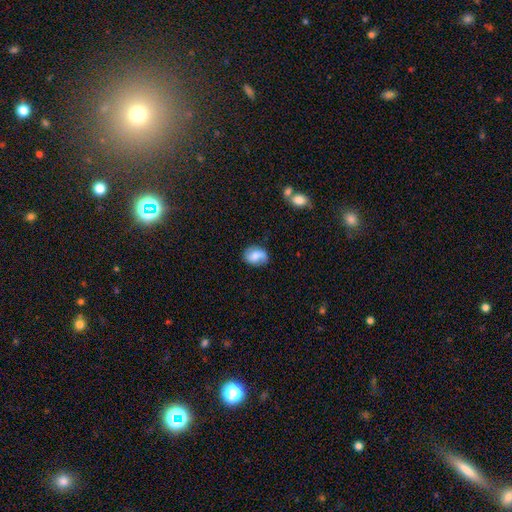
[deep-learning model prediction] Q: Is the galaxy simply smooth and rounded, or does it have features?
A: smooth — 50%.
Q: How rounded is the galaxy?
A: in between — 56%.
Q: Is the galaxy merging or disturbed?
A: none — 68%.